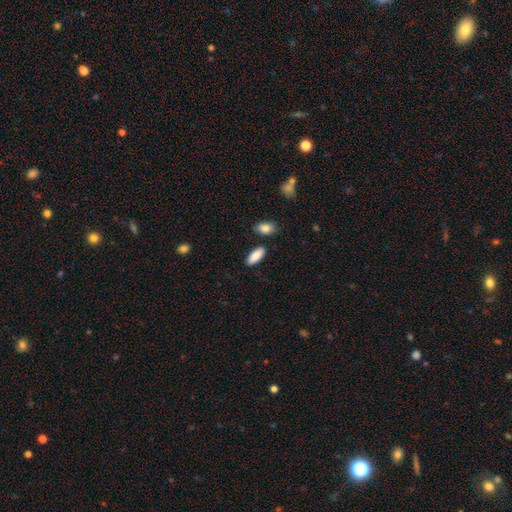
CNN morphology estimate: type=smooth (87%); roundness=in between (82%); merging=none (85%).